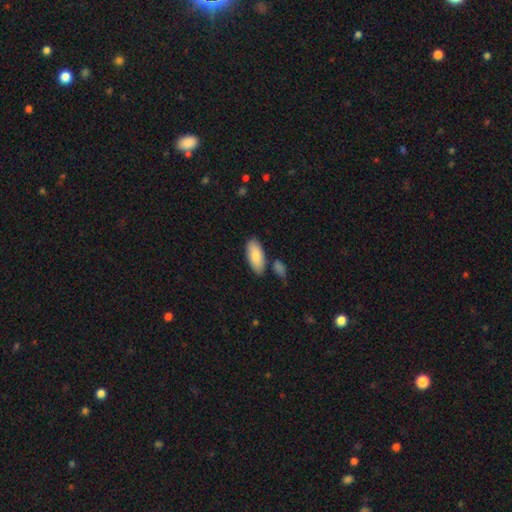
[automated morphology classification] Smooth or featured? smooth (84%)
How rounded? in between (88%)
Merging? none (78%)